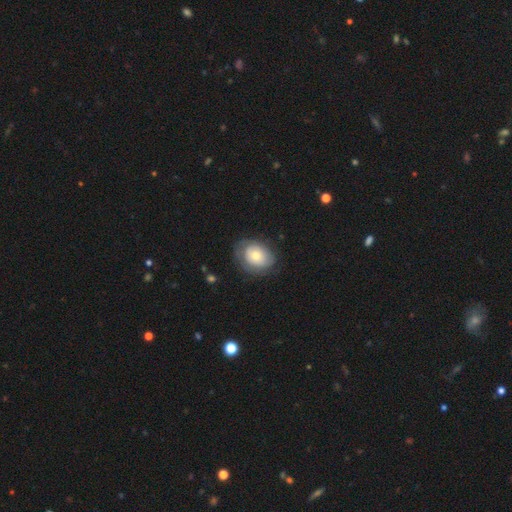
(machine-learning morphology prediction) Q: Smooth or featured?
A: smooth (58%); runner-up: featured or disk (34%)
Q: How rounded?
A: in between (58%); runner-up: round (41%)
Q: Merging?
A: none (67%); runner-up: minor disturbance (23%)